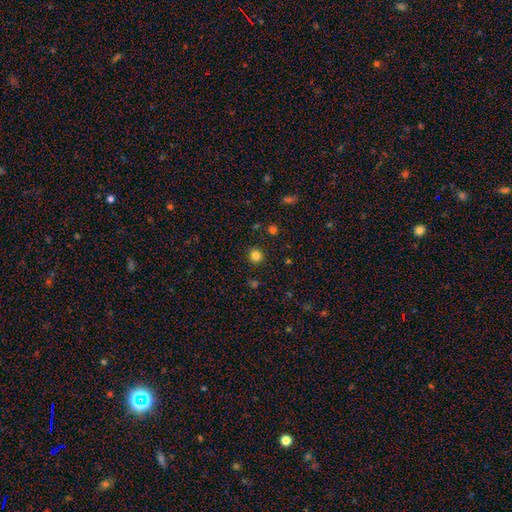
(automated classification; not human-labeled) The model was most divided on "smooth or featured": smooth: 82%, star or artifact: 14%, featured or disk: 4%. More confident: how rounded — round (94%); merging — none (92%).